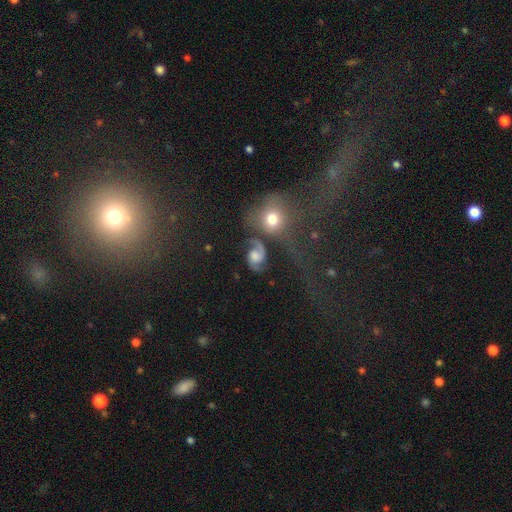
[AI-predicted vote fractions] Overall: featured or disk (81%). Edge-on disk: no (98%). Bar: no (59%; weak 34%). Spiral arms: yes (96%). Spiral arm count: 2 (93%). Spiral winding: medium (50%; loose 36%). Bulge size: moderate (41%; large 26%). Merging: none (60%).